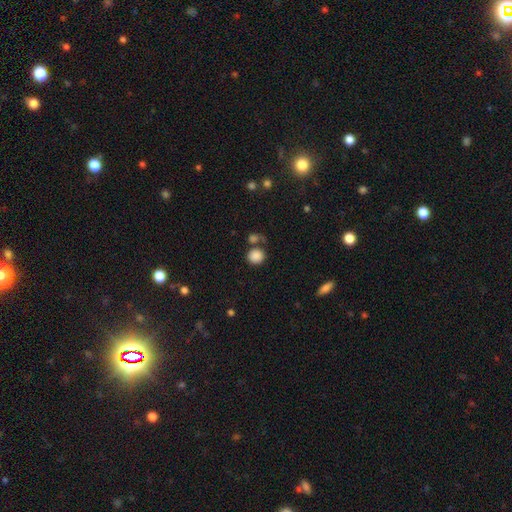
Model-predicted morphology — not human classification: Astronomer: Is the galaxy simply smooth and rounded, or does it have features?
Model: smooth — 86%.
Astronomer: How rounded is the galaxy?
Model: round — 83%.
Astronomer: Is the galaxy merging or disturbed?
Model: none — 60%.